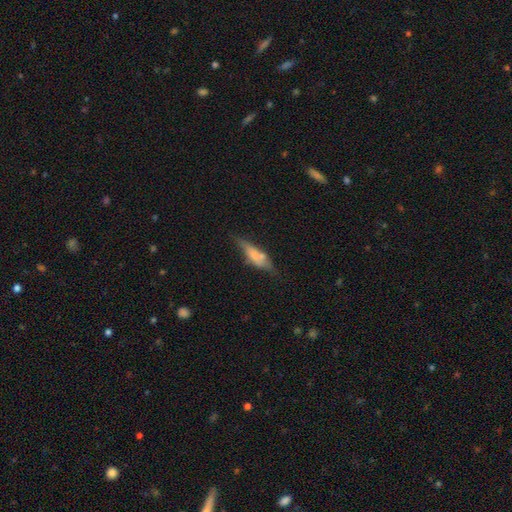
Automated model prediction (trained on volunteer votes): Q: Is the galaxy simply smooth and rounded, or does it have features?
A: smooth — 55%.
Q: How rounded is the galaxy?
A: cigar-shaped — 57%.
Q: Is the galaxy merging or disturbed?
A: none — 57%.